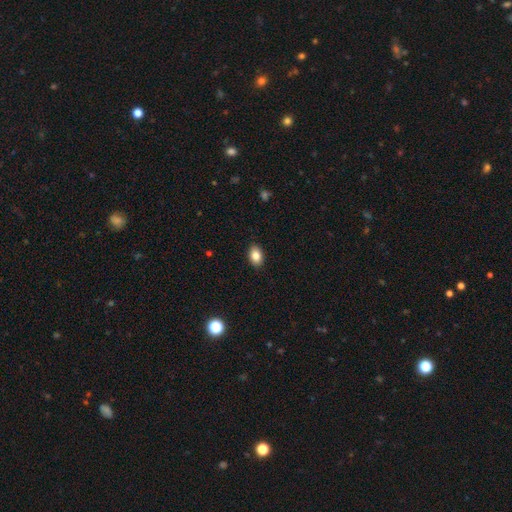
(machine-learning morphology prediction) Smooth or featured: smooth — 85% (star or artifact — 9%)
How rounded: in between — 79% (round — 20%)
Merging: none — 89% (minor disturbance — 8%)